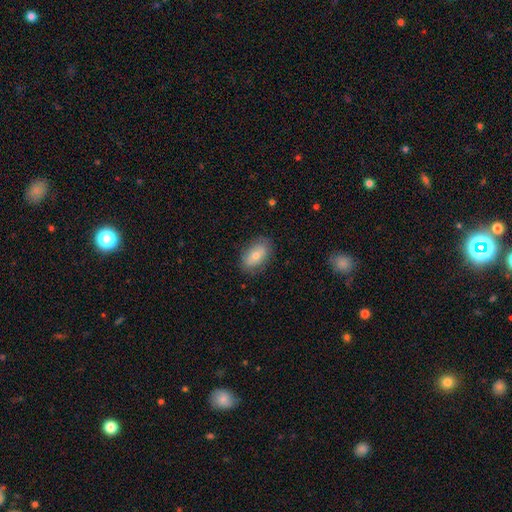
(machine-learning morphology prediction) This appears to be a smooth galaxy with no disk features (68%) that is in between round and cigar-shaped (90%). Merging: none (81%).